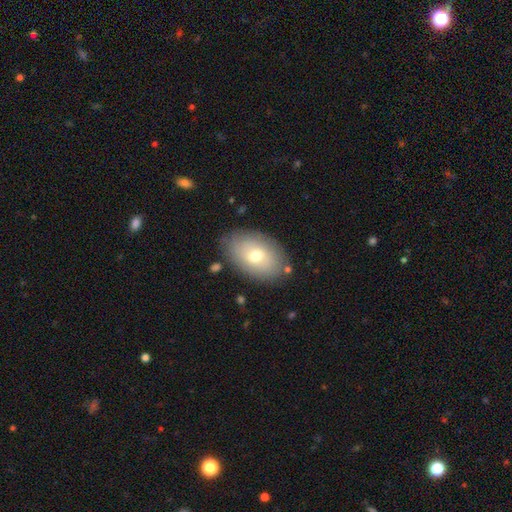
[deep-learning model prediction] smooth-or-featured: smooth: 69% | featured or disk: 23% | star or artifact: 7%
  how-rounded: in between: 90% | round: 9% | cigar-shaped: 1%
  merging: none: 82% | minor disturbance: 12% | major disturbance: 3% | merger: 2%